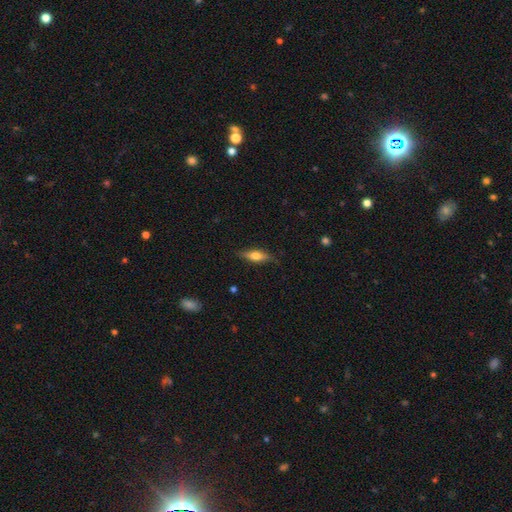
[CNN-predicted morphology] The model was most divided on "how rounded": in between: 49%, cigar-shaped: 48%, round: 3%. More confident: merging — none (81%); smooth or featured — smooth (54%).